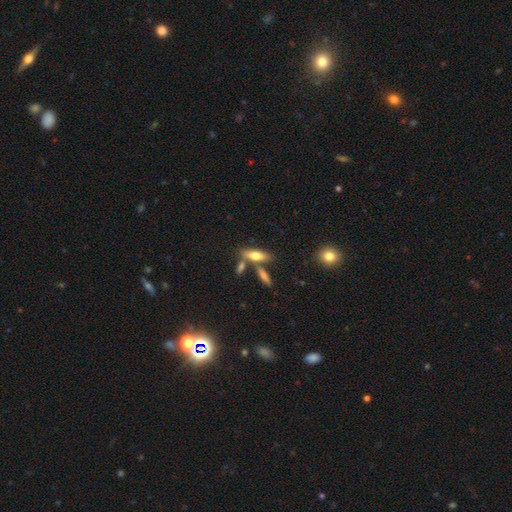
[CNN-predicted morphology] smooth 63%, featured or disk 28%, star or artifact 9%. Down the decision tree: how rounded — in between (54%); merging — none (60%).